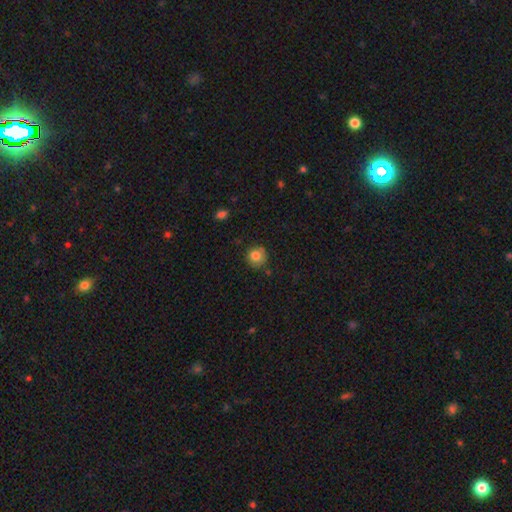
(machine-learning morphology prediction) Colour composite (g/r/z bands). It shows a smooth galaxy with no disk features (82%) that is round (91%). Merging: none (78%).